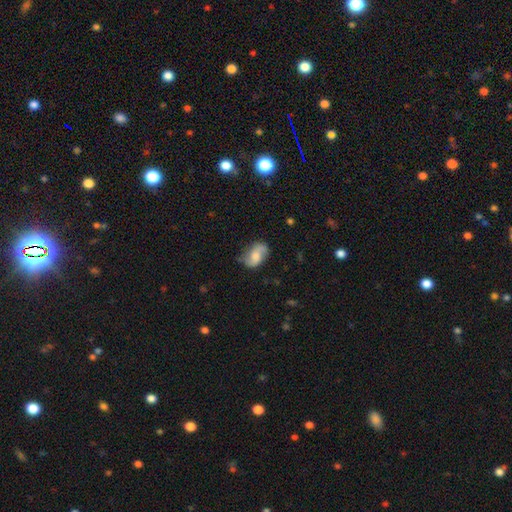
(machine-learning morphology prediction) Smooth or featured? featured or disk (50%)
Merging? none (65%)